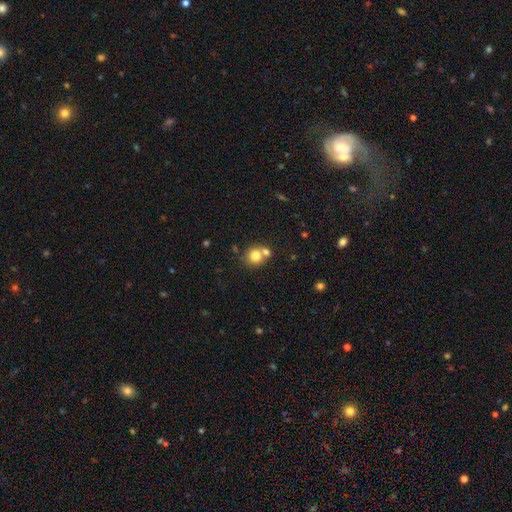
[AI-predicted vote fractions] A smooth galaxy with no disk features (77%) that is round (84%). Merging: none (53%).